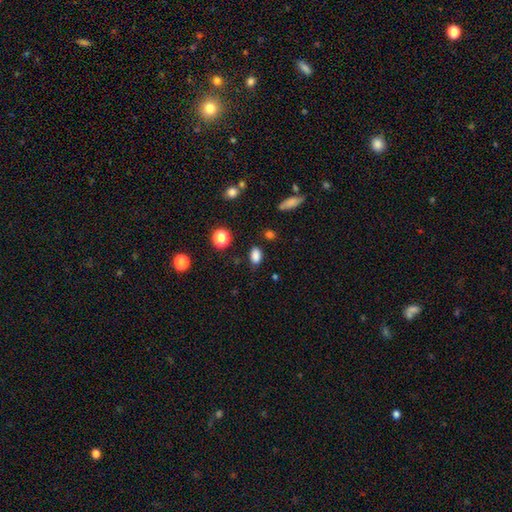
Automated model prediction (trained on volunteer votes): The model was most divided on "merging": none: 80%, minor disturbance: 14%, major disturbance: 3%, merger: 2%. More confident: how rounded — in between (85%); smooth or featured — smooth (84%).